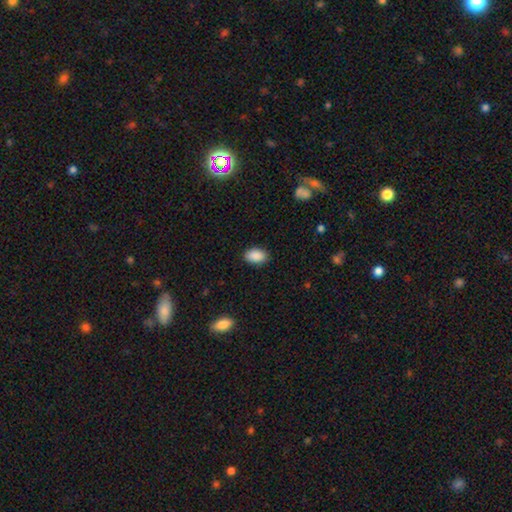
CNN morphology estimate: Smooth or featured: smooth — 90% (star or artifact — 7%)
How rounded: in between — 91% (round — 8%)
Merging: none — 88% (minor disturbance — 9%)